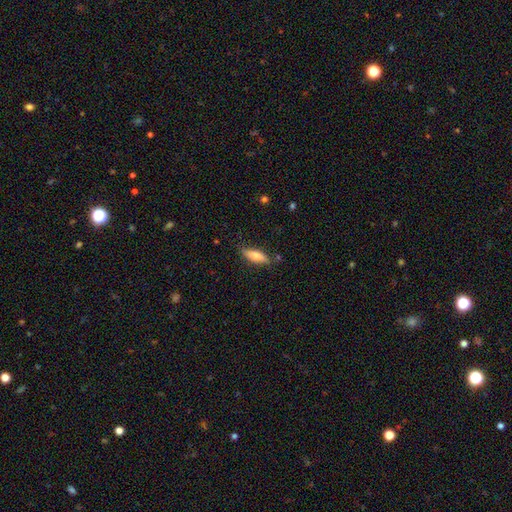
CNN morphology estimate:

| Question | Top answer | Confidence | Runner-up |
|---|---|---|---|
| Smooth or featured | smooth | 73% | featured or disk (21%) |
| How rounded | in between | 54% | cigar-shaped (44%) |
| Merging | none | 79% | minor disturbance (16%) |